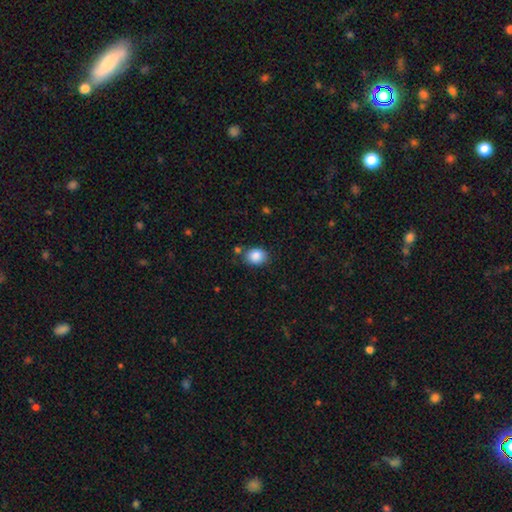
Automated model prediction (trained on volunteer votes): A smooth galaxy with no disk features (88%) that is round (53%).

Vote fractions:
- Smooth or featured? smooth: 88% / star or artifact: 9% / featured or disk: 4%
- How rounded? round: 53% / in between: 46% / cigar-shaped: 1%
- Merging? none: 76% / minor disturbance: 15% / merger: 5% / major disturbance: 4%